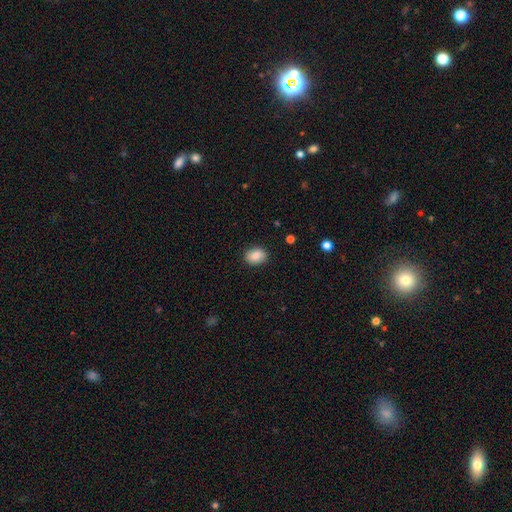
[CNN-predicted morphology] smooth 88%, star or artifact 8%, featured or disk 5%. Down the decision tree: how rounded — in between (71%); merging — none (87%).